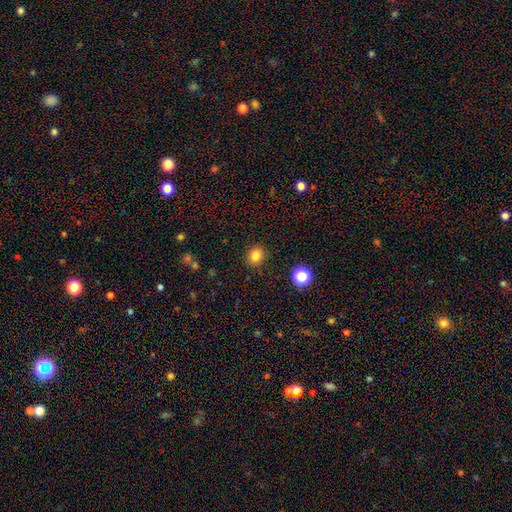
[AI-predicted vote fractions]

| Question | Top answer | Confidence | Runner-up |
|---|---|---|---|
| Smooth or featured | smooth | 82% | star or artifact (13%) |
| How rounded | round | 75% | in between (24%) |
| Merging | none | 89% | minor disturbance (7%) |